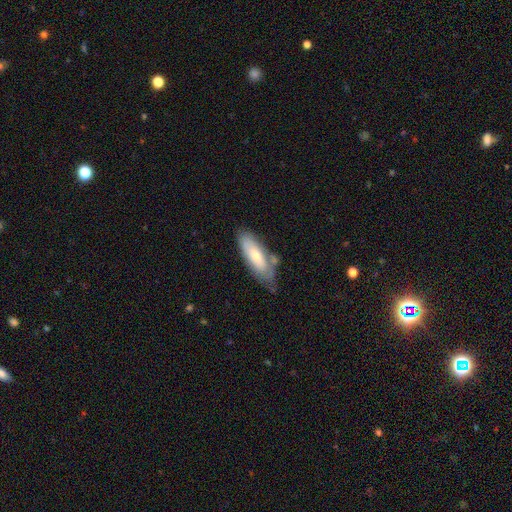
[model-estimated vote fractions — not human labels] The model was most divided on "merging": none: 56%, minor disturbance: 26%, merger: 11%, major disturbance: 7%. More confident: how rounded — in between (65%); smooth or featured — smooth (62%).